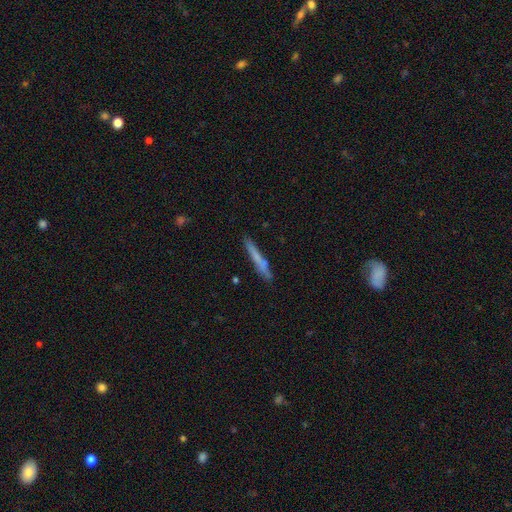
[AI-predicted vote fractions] A smooth galaxy with no disk features (60%) that is cigar-shaped (96%). Merging: none (87%).